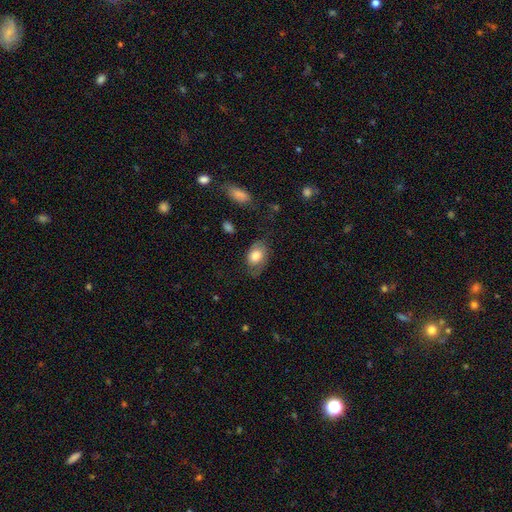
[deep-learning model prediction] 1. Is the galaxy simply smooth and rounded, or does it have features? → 72% smooth, 21% featured or disk, 7% star or artifact.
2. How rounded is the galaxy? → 80% in between, 18% round, 1% cigar-shaped.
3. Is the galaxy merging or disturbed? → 61% none, 25% minor disturbance, 12% major disturbance, 2% merger.